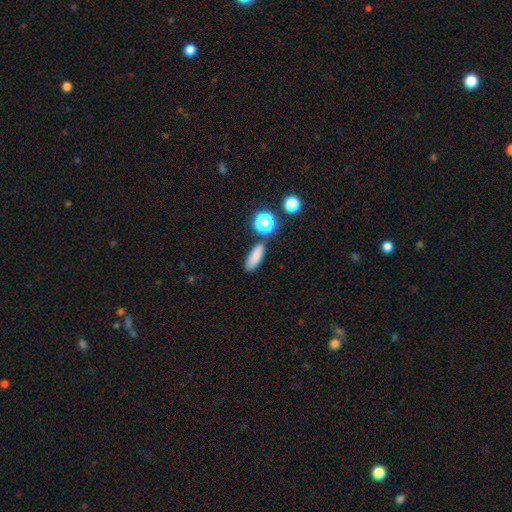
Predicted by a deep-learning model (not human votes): A smooth galaxy with no disk features (81%) that is in between round and cigar-shaped (59%).

Vote fractions:
- Smooth or featured? smooth: 81% / star or artifact: 11% / featured or disk: 7%
- How rounded? in between: 59% / cigar-shaped: 32% / round: 9%
- Merging? none: 79% / minor disturbance: 11% / merger: 7% / major disturbance: 3%